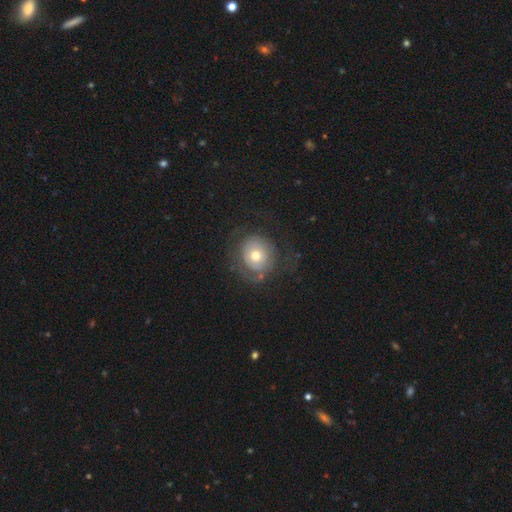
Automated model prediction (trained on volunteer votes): smooth-or-featured: featured or disk: 47% | smooth: 45% | star or artifact: 8%
  merging: none: 62% | major disturbance: 18% | minor disturbance: 18% | merger: 2%